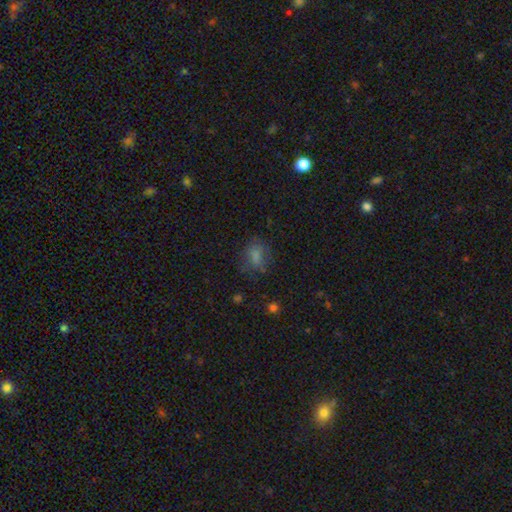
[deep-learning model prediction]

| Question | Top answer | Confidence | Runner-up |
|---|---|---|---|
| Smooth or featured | smooth | 73% | star or artifact (14%) |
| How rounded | in between | 61% | round (36%) |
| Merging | none | 65% | minor disturbance (21%) |